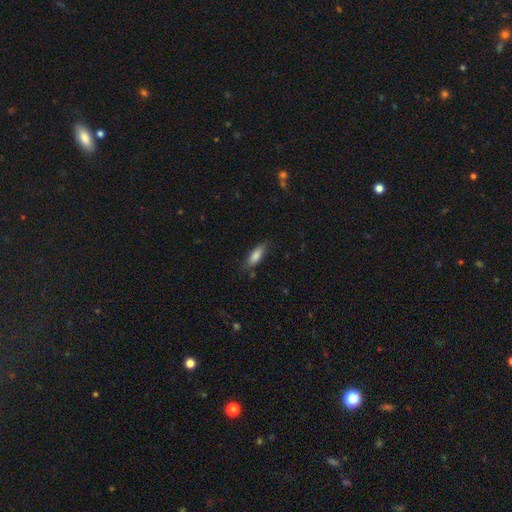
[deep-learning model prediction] The model was most divided on "how rounded": in between: 58%, cigar-shaped: 40%, round: 2%. More confident: smooth or featured — smooth (81%); merging — none (79%).